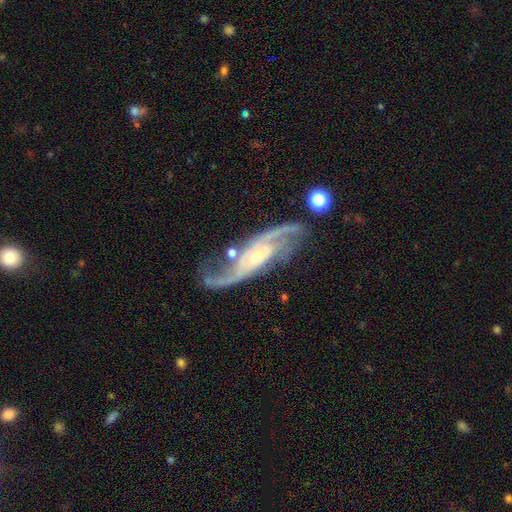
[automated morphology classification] Smooth or featured: featured or disk — 90% (star or artifact — 5%)
Edge-on disk: no — 92% (yes — 8%)
Bar: no — 47% (weak — 36%)
Spiral arms: yes — 98% (no — 2%)
Spiral winding: medium — 46% (loose — 39%)
Spiral arm count: 2 — 87% (3 — 4%)
Bulge size: small — 65% (moderate — 29%)
Merging: none — 66% (minor disturbance — 17%)